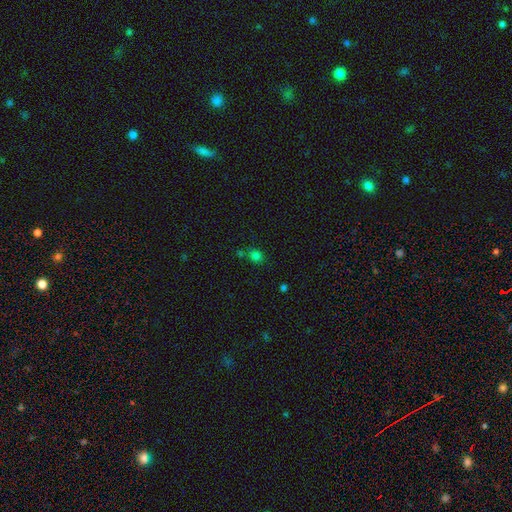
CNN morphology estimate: Smooth or featured?
  - smooth: 74% *
  - star or artifact: 20%
  - featured or disk: 6%
How rounded?
  - round: 70% *
  - in between: 29%
  - cigar-shaped: 1%
Merging?
  - none: 67% *
  - merger: 16%
  - minor disturbance: 12%
  - major disturbance: 4%